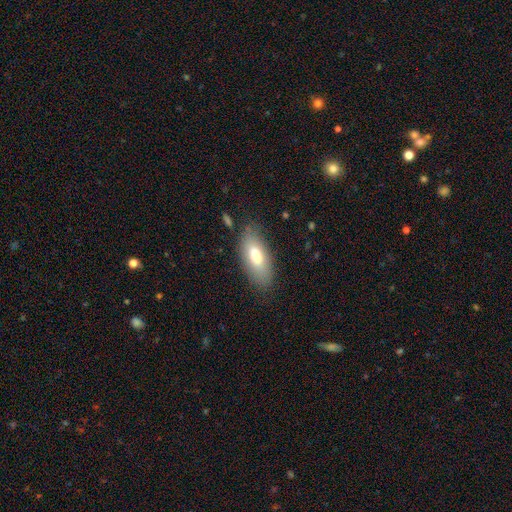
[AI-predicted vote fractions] Q: Smooth or featured?
A: smooth (75%); runner-up: featured or disk (18%)
Q: How rounded?
A: in between (83%); runner-up: cigar-shaped (15%)
Q: Merging?
A: none (80%); runner-up: minor disturbance (14%)